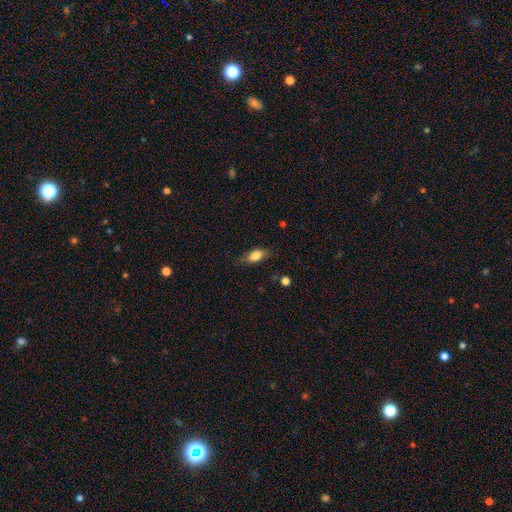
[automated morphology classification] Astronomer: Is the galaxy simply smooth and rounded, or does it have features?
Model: smooth — 79%.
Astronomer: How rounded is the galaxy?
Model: in between — 82%.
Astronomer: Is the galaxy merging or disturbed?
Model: none — 75%.